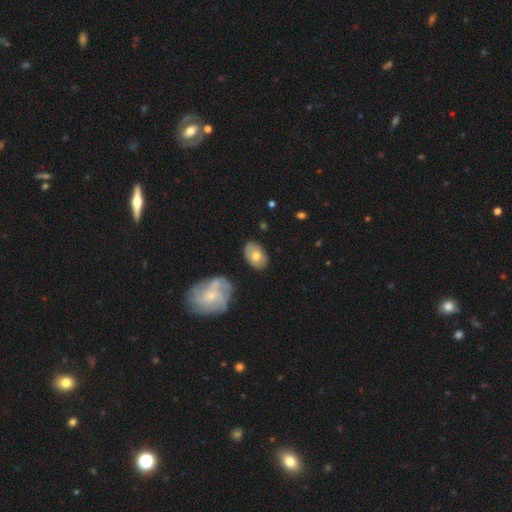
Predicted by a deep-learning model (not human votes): Smooth or featured?
  - smooth: 61% *
  - featured or disk: 33%
  - star or artifact: 6%
How rounded?
  - in between: 86% *
  - round: 13%
  - cigar-shaped: 1%
Merging?
  - none: 81% *
  - minor disturbance: 13%
  - major disturbance: 3%
  - merger: 2%